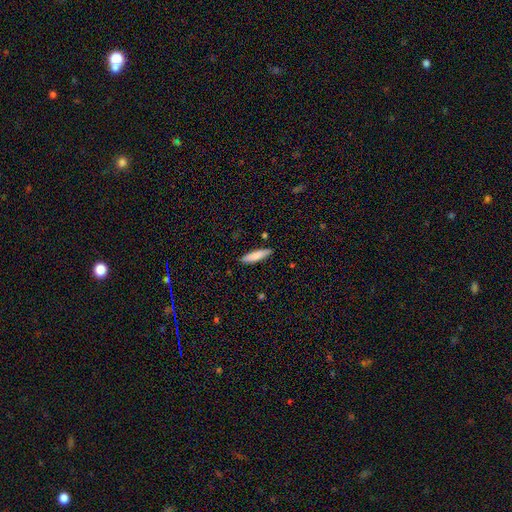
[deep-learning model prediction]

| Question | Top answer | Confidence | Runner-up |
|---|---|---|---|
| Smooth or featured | smooth | 80% | featured or disk (15%) |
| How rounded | cigar-shaped | 75% | in between (23%) |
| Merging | none | 87% | minor disturbance (10%) |